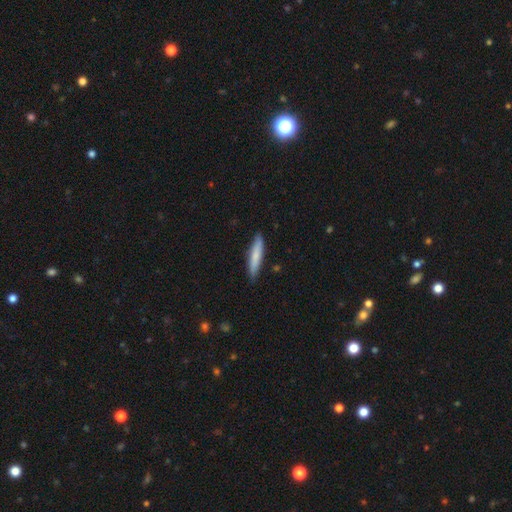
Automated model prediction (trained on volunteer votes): A smooth galaxy with no disk features (74%) that is cigar-shaped (87%). Merging: none (85%).